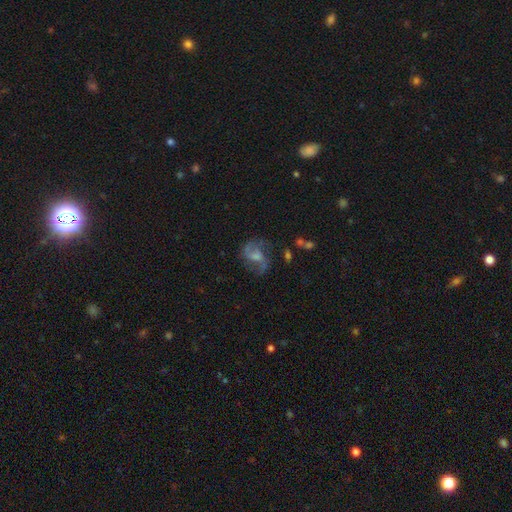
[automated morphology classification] smooth_or_featured: featured or disk (p=0.76) [alt: smooth p=0.12]
disk_edge_on: no (p=0.97) [alt: yes p=0.03]
bar: weak (p=0.49) [alt: no p=0.37]
has_spiral_arms: yes (p=0.93) [alt: no p=0.07]
spiral_winding: medium (p=0.49) [alt: loose p=0.37]
spiral_arm_count: 2 (p=0.79) [alt: can't tell p=0.08]
bulge_size: moderate (p=0.43) [alt: small p=0.34]
merging: none (p=0.69) [alt: minor disturbance p=0.16]